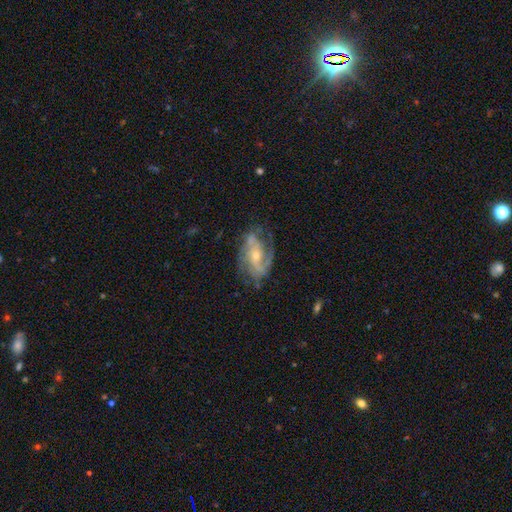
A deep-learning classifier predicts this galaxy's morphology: Smooth or featured: featured or disk — 86% (smooth — 8%)
Edge-on disk: no — 96% (yes — 4%)
Bar: no — 49% (weak — 38%)
Spiral arms: yes — 95% (no — 5%)
Spiral winding: medium — 48% (tight — 32%)
Spiral arm count: 2 — 62% (3 — 15%)
Bulge size: small — 53% (moderate — 43%)
Merging: none — 67% (minor disturbance — 21%)